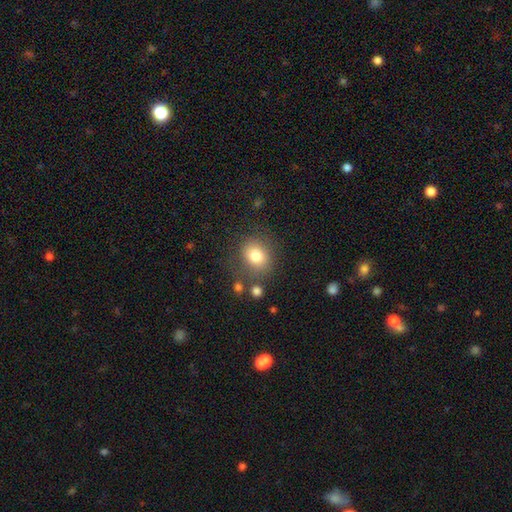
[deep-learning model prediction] A smooth galaxy with no disk features (79%) that is round (65%). Merging: none (74%).